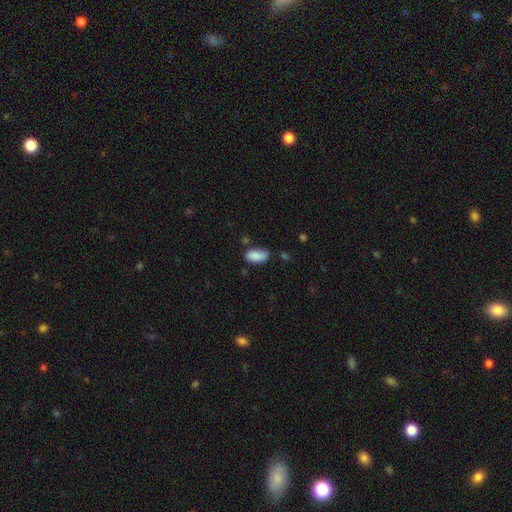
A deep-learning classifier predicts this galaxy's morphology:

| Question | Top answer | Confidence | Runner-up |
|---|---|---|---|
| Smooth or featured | smooth | 88% | star or artifact (7%) |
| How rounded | in between | 93% | cigar-shaped (4%) |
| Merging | none | 66% | minor disturbance (25%) |